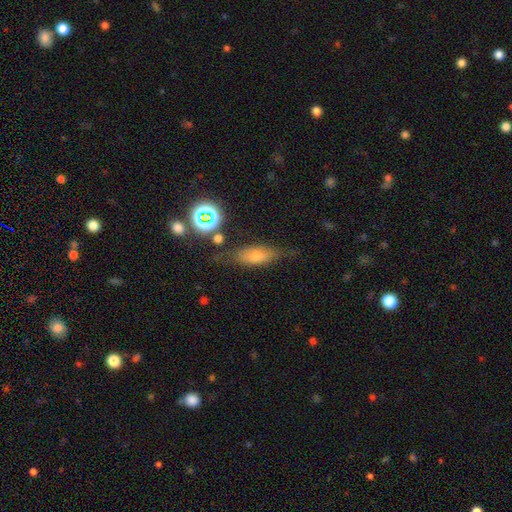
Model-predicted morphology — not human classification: Q: Smooth or featured?
A: smooth (58%); runner-up: featured or disk (28%)
Q: How rounded?
A: in between (58%); runner-up: cigar-shaped (34%)
Q: Merging?
A: none (69%); runner-up: minor disturbance (20%)